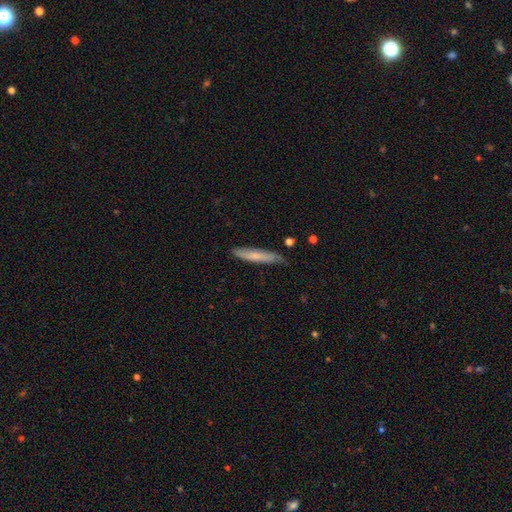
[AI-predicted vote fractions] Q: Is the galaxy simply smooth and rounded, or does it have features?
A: smooth — 67%.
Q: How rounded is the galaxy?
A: cigar-shaped — 91%.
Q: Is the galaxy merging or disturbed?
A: none — 77%.